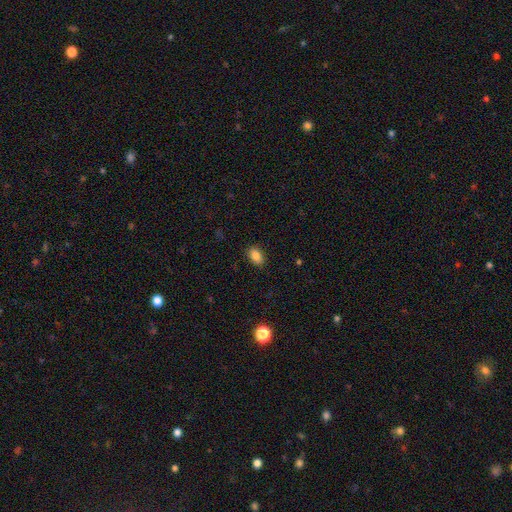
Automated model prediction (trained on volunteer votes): A smooth galaxy with no disk features (86%) that is in between round and cigar-shaped (88%).

Vote fractions:
- Smooth or featured? smooth: 86% / star or artifact: 9% / featured or disk: 5%
- How rounded? in between: 88% / round: 10% / cigar-shaped: 2%
- Merging? none: 87% / minor disturbance: 9% / major disturbance: 2% / merger: 1%